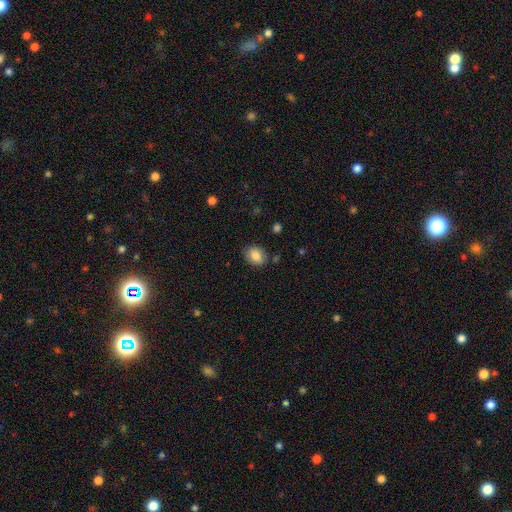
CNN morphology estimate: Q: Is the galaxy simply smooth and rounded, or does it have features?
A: smooth — 84%.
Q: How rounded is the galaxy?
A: in between — 58%.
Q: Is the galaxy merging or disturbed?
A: none — 84%.